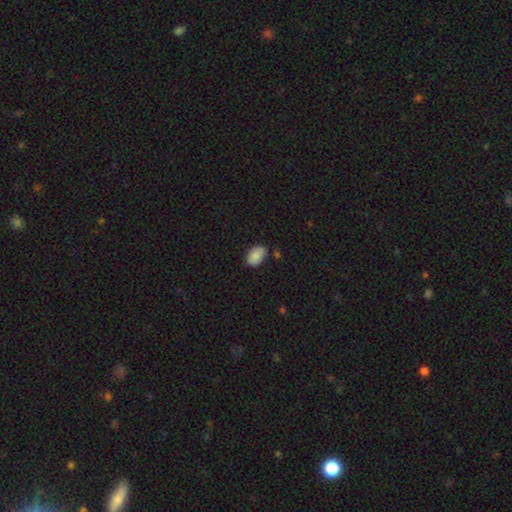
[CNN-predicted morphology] Smooth or featured?
  - smooth: 85% *
  - star or artifact: 8%
  - featured or disk: 7%
How rounded?
  - in between: 90% *
  - round: 9%
  - cigar-shaped: 1%
Merging?
  - none: 70% *
  - minor disturbance: 22%
  - merger: 4%
  - major disturbance: 3%